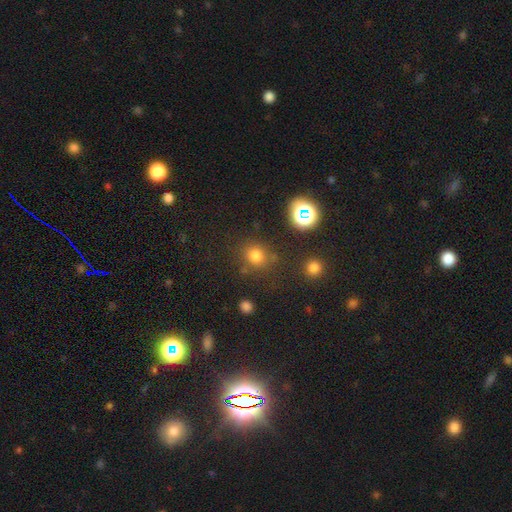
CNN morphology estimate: A smooth galaxy with no disk features (74%) that is round (81%). Merging: none (76%).